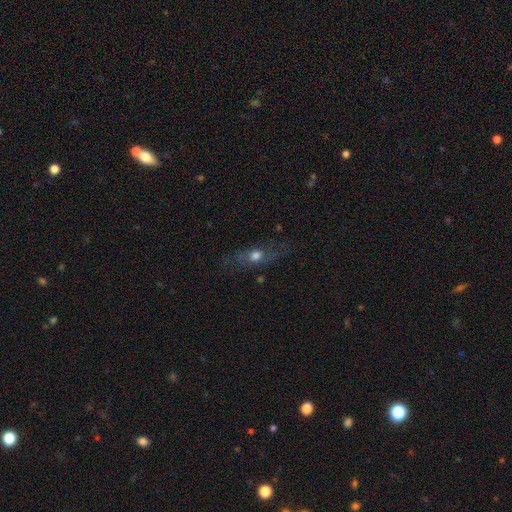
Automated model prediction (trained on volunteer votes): smooth_or_featured: smooth (p=0.47) [alt: featured or disk p=0.41]
merging: none (p=0.66) [alt: minor disturbance p=0.19]